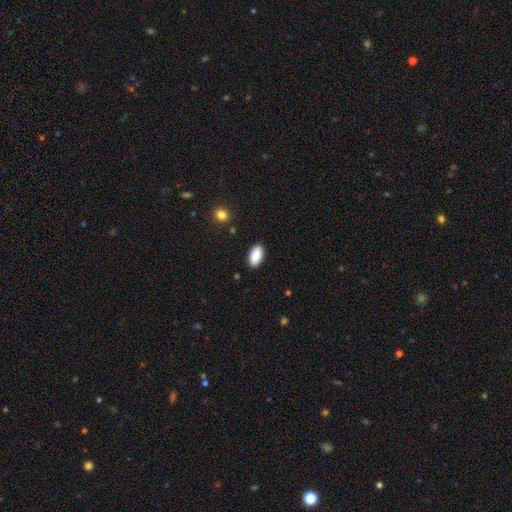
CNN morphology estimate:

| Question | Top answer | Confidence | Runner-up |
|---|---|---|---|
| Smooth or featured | smooth | 89% | star or artifact (7%) |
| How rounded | in between | 94% | cigar-shaped (4%) |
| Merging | none | 89% | minor disturbance (8%) |